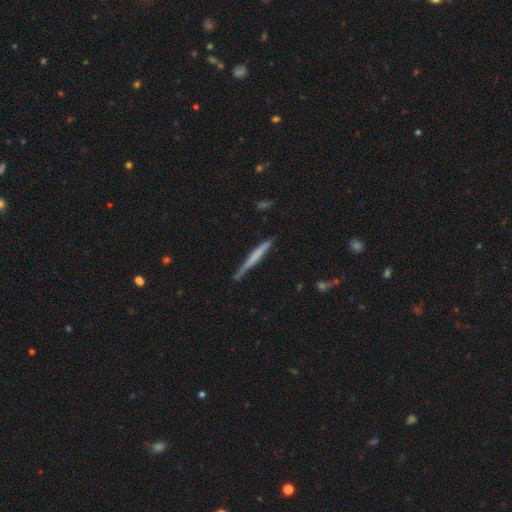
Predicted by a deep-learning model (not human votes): Morphology: type=smooth (50%); roundness=cigar-shaped (97%); merging=none (79%).